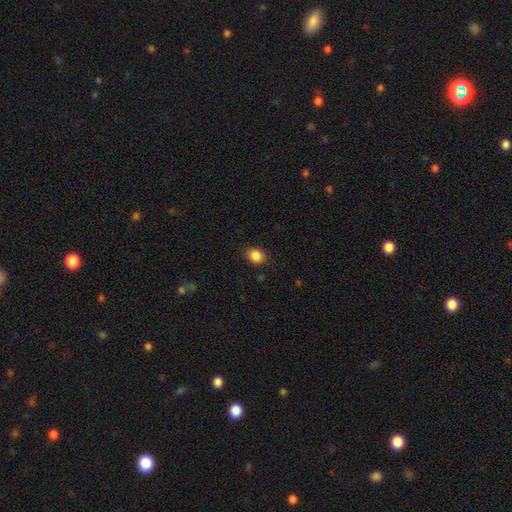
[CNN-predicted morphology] The model was most divided on "how rounded": round: 63%, in between: 37%, cigar-shaped: 1%. More confident: smooth or featured — smooth (87%); merging — none (86%).